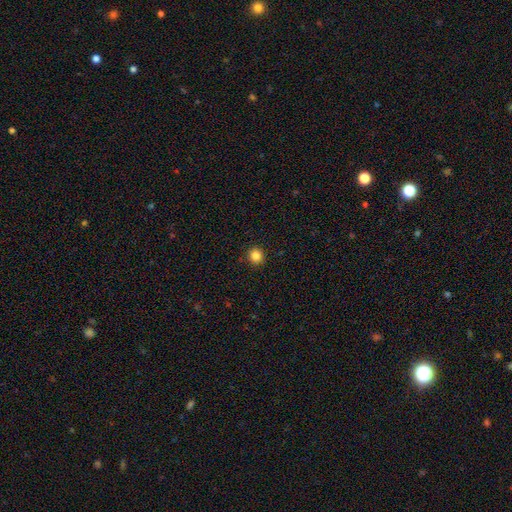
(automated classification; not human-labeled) Smooth or featured? Predicted: smooth (p=0.84). How rounded? Predicted: round (p=0.90). Merging? Predicted: none (p=0.92).